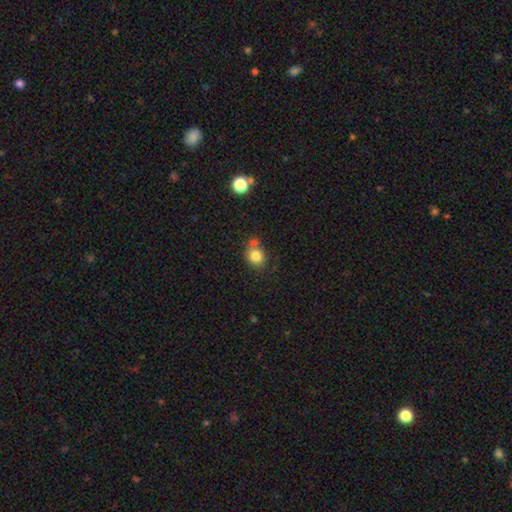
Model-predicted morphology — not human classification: A smooth galaxy with no disk features (82%) that is round (74%).

Vote fractions:
- Smooth or featured? smooth: 82% / star or artifact: 11% / featured or disk: 8%
- How rounded? round: 74% / in between: 25% / cigar-shaped: 1%
- Merging? none: 57% / merger: 25% / minor disturbance: 14% / major disturbance: 4%